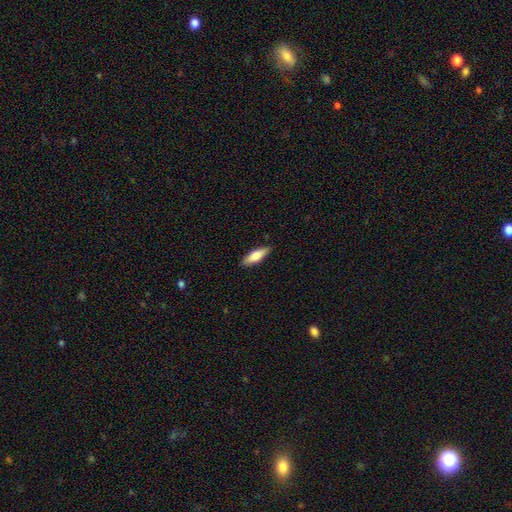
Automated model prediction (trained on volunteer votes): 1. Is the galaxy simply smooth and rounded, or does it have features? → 73% smooth, 22% featured or disk, 6% star or artifact.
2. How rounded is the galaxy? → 50% in between, 48% cigar-shaped, 2% round.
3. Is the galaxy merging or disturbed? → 88% none, 9% minor disturbance, 2% major disturbance, 1% merger.